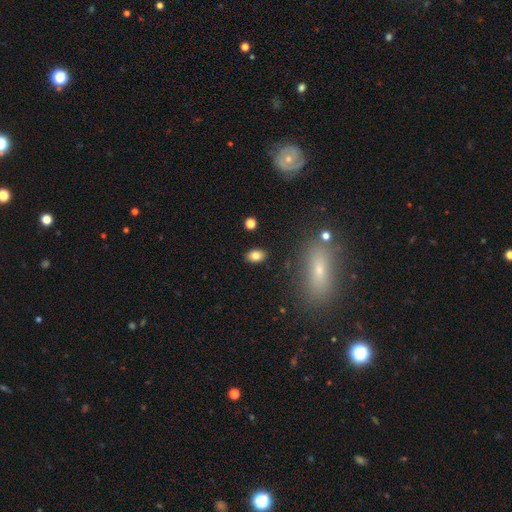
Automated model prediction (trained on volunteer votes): Overall: smooth (83%). How rounded: in between (80%). Merging: none (86%).